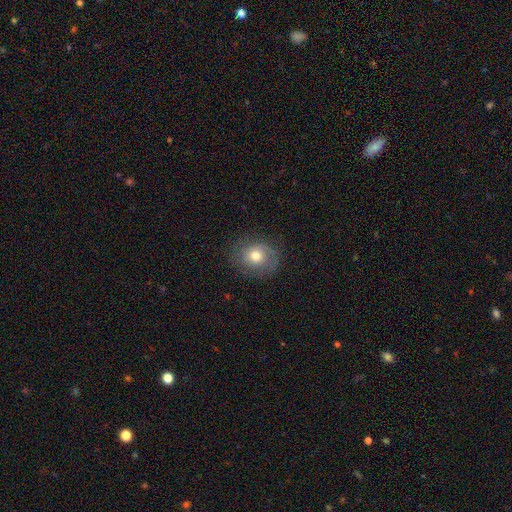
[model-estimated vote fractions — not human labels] The model was most divided on "smooth or featured": smooth: 61%, featured or disk: 29%, star or artifact: 10%. More confident: merging — none (74%); how rounded — round (71%).